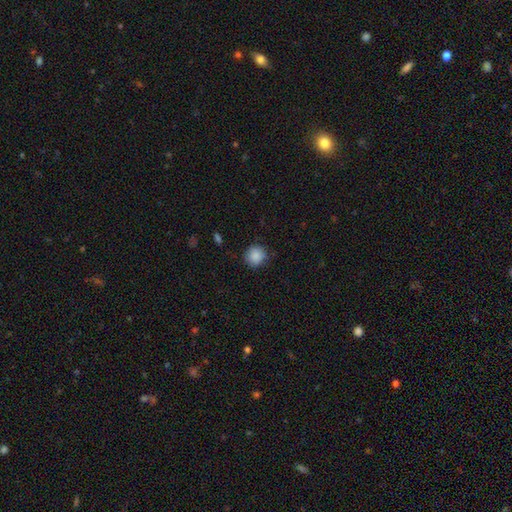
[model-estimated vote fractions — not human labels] The model was most divided on "merging": none: 84%, minor disturbance: 12%, major disturbance: 3%, merger: 1%. More confident: how rounded — round (90%); smooth or featured — smooth (88%).